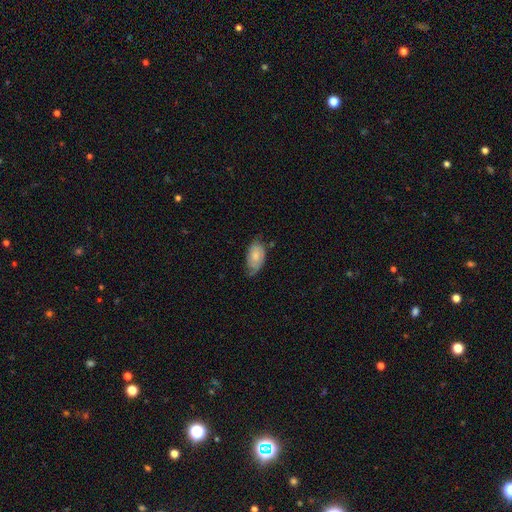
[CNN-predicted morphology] Smooth or featured: smooth — 64% (featured or disk — 30%)
How rounded: in between — 93% (round — 5%)
Merging: none — 51% (minor disturbance — 36%)